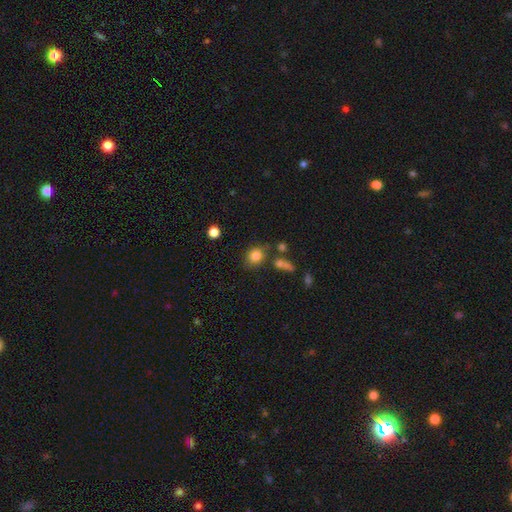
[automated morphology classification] This is clearly a smooth galaxy (82%). How rounded: likely round (68%). Merging: likely none (70%).